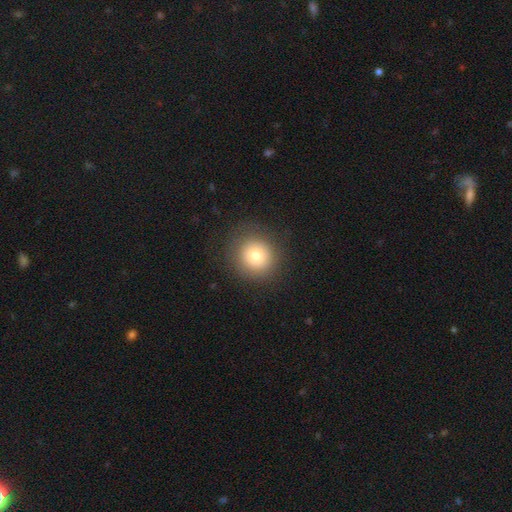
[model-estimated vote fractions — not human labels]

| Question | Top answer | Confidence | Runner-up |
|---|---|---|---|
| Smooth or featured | smooth | 76% | featured or disk (12%) |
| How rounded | round | 92% | in between (7%) |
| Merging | none | 86% | minor disturbance (9%) |